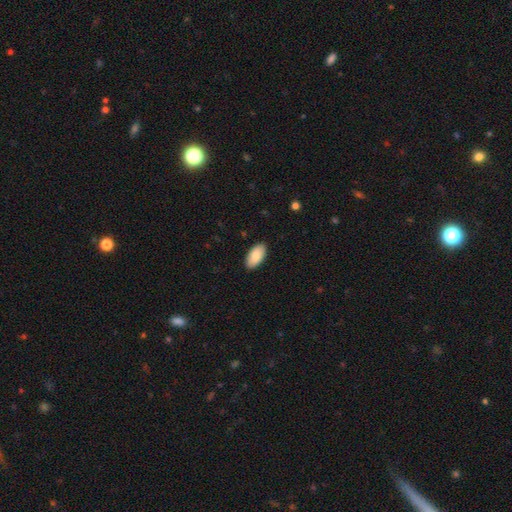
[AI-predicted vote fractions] Morphology: type=smooth (87%); roundness=in between (96%); merging=none (90%).